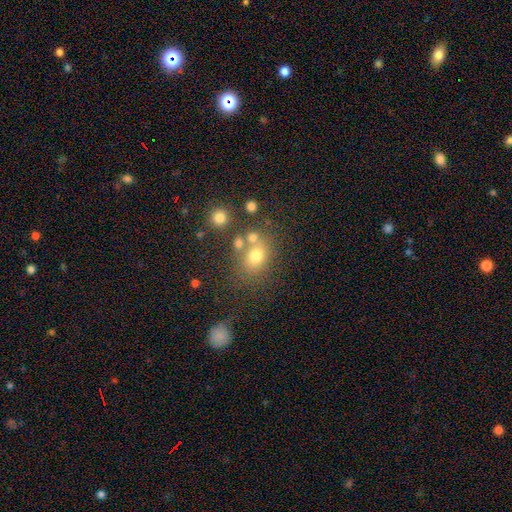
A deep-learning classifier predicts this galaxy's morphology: smooth-or-featured: smooth: 69% | star or artifact: 17% | featured or disk: 14%
  how-rounded: round: 58% | in between: 41% | cigar-shaped: 1%
  merging: none: 56% | merger: 24% | minor disturbance: 14% | major disturbance: 7%